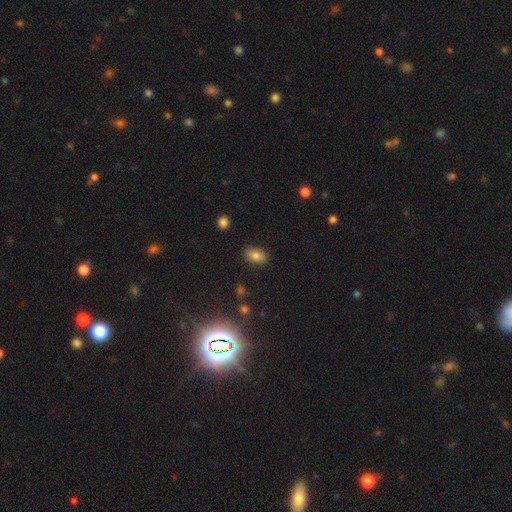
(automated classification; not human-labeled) smooth_or_featured: smooth (p=0.78) [alt: star or artifact p=0.11]
how_rounded: in between (p=0.88) [alt: round p=0.10]
merging: none (p=0.86) [alt: minor disturbance p=0.10]